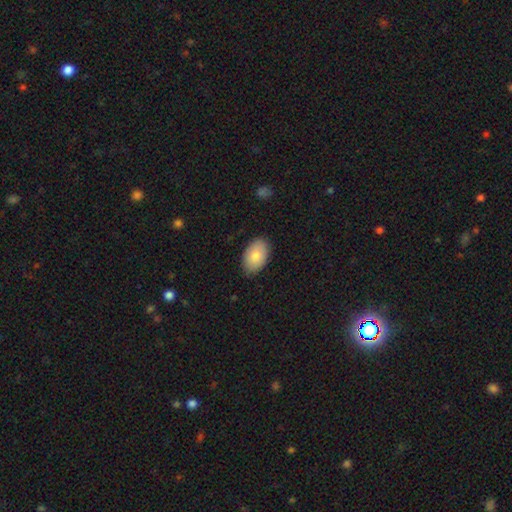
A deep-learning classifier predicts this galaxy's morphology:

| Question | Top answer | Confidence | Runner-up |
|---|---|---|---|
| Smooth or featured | smooth | 80% | featured or disk (13%) |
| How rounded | in between | 90% | round (9%) |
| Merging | none | 84% | minor disturbance (13%) |